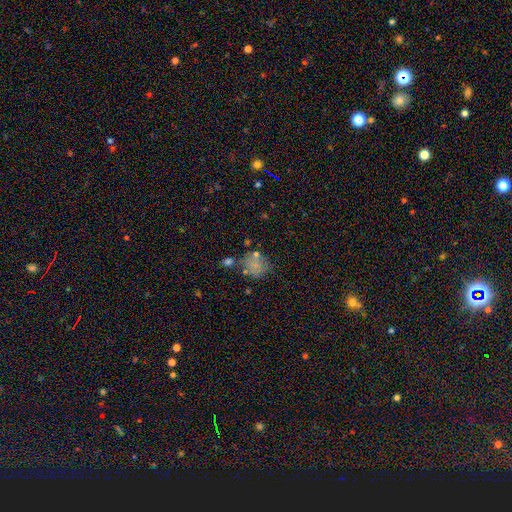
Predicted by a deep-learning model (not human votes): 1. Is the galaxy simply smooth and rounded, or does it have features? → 64% smooth, 20% star or artifact, 16% featured or disk.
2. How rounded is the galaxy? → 66% round, 32% in between, 1% cigar-shaped.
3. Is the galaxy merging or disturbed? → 52% none, 21% minor disturbance, 14% merger, 13% major disturbance.